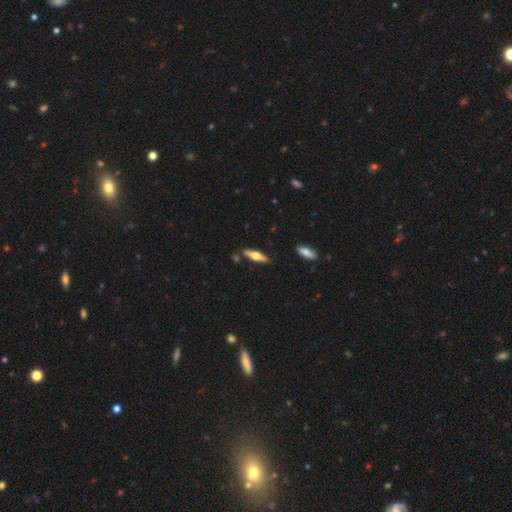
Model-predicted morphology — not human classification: This is possibly a featured or disk galaxy (48%). Merging: clearly none (82%).